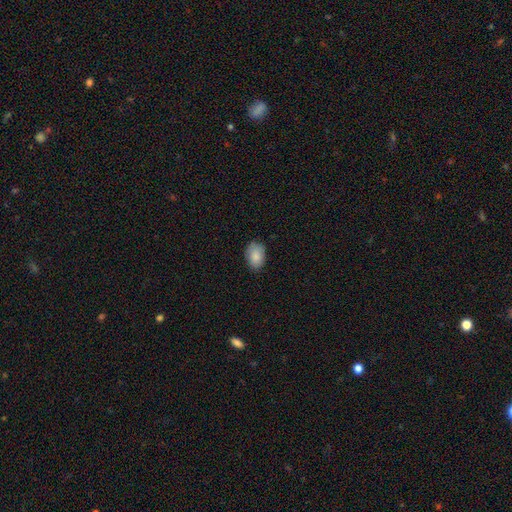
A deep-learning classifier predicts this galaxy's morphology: smooth_or_featured: smooth (p=0.86) [alt: star or artifact p=0.07]
how_rounded: in between (p=0.82) [alt: round p=0.17]
merging: none (p=0.78) [alt: minor disturbance p=0.18]